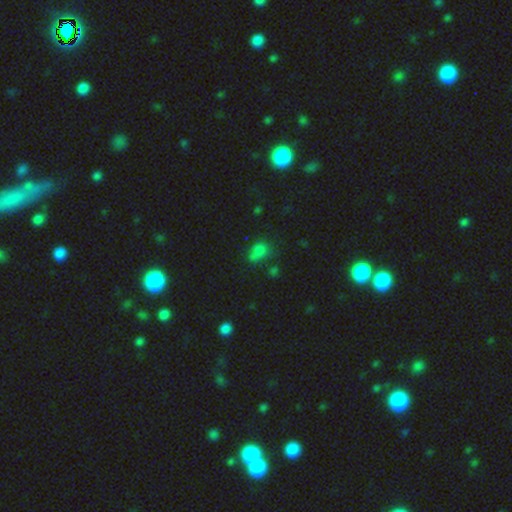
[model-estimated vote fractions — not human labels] Q: Smooth or featured?
A: smooth (61%); runner-up: star or artifact (31%)
Q: How rounded?
A: round (54%); runner-up: in between (44%)
Q: Merging?
A: none (55%); runner-up: minor disturbance (20%)